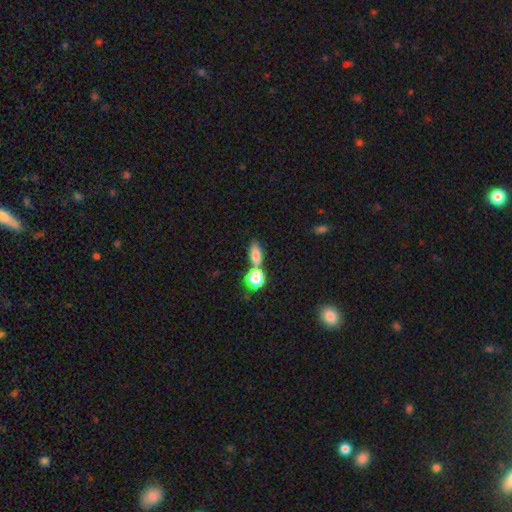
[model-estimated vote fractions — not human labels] The model was most divided on "merging": none: 49%, merger: 34%, minor disturbance: 12%, major disturbance: 5%. More confident: smooth or featured — smooth (79%); how rounded — in between (69%).